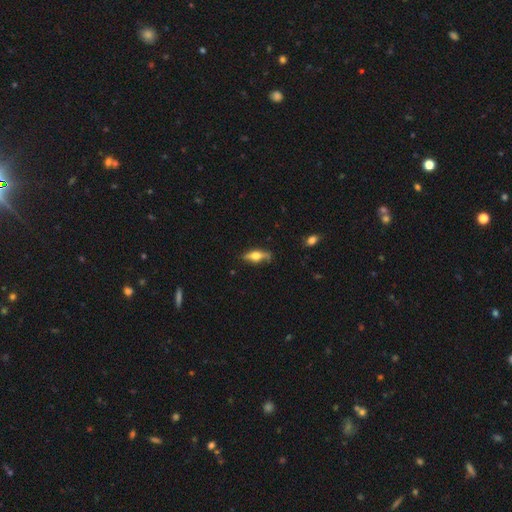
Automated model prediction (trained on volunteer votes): Smooth or featured?
  - featured or disk: 53% *
  - smooth: 40%
  - star or artifact: 7%
Edge-on disk?
  - yes: 87% *
  - no: 13%
Merging?
  - none: 71% *
  - minor disturbance: 21%
  - major disturbance: 6%
  - merger: 2%